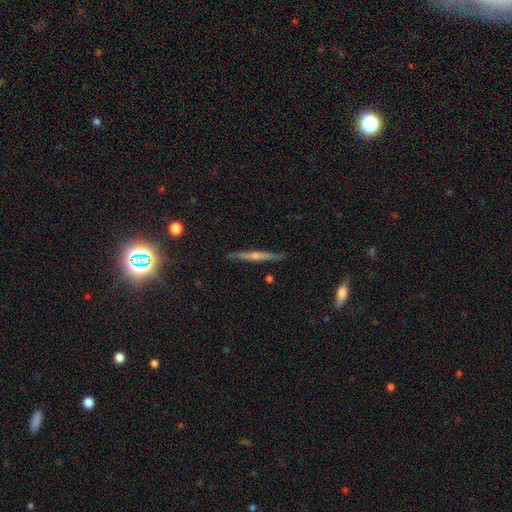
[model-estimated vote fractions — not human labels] Overall: featured or disk (62%). Edge-on disk: yes (94%). Edge-on bulge: rounded (73%). Merging: none (88%).